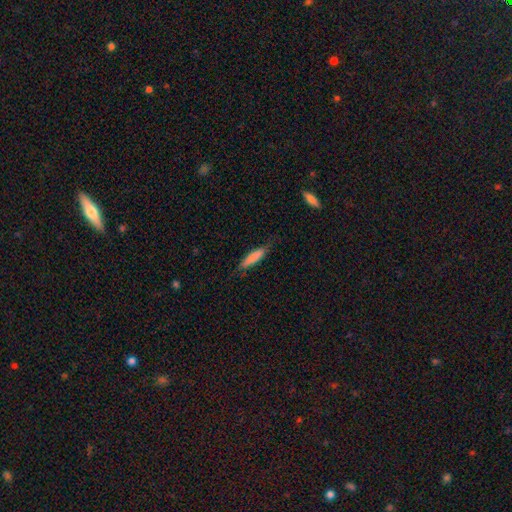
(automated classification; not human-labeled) A smooth galaxy with no disk features (77%) that is cigar-shaped (82%). Merging: none (73%).